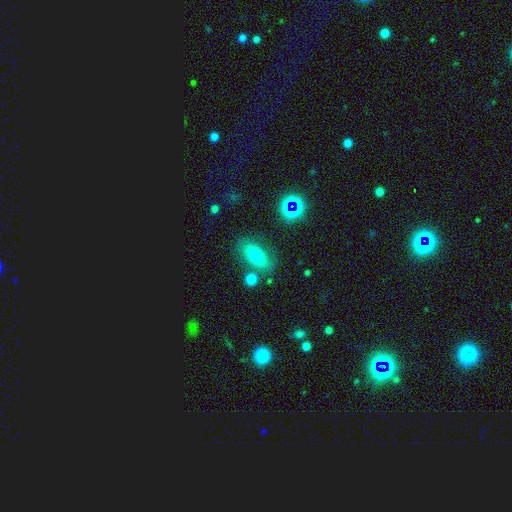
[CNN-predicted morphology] smooth-or-featured: smooth: 68% | featured or disk: 19% | star or artifact: 13%
  how-rounded: in between: 81% | cigar-shaped: 11% | round: 8%
  merging: none: 74% | minor disturbance: 14% | merger: 7% | major disturbance: 5%